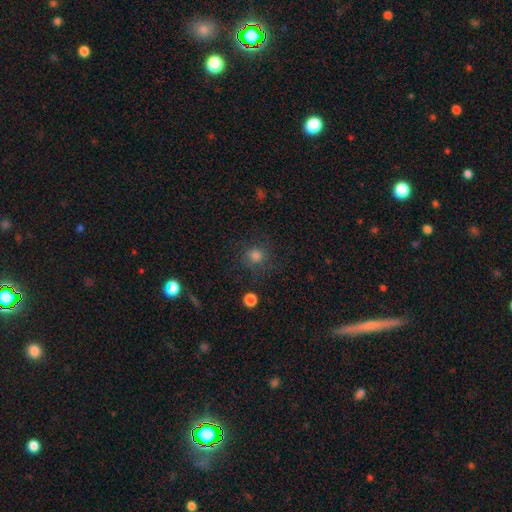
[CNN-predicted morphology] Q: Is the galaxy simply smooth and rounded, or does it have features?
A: smooth — 74%.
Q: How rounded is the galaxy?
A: round — 89%.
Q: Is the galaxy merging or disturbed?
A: none — 81%.